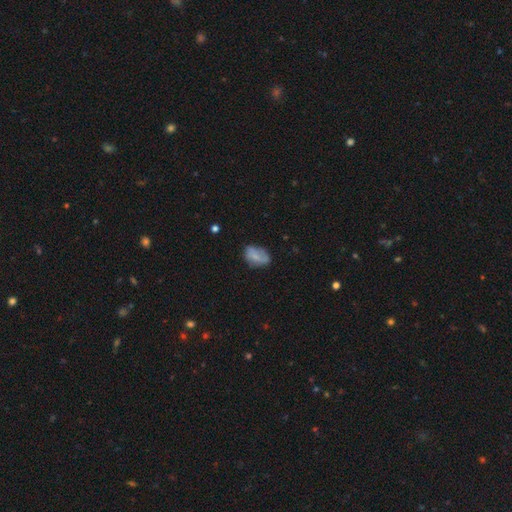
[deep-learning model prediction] Smooth or featured? Predicted: smooth (p=0.68). How rounded? Predicted: in between (p=0.88). Merging? Predicted: none (p=0.56).